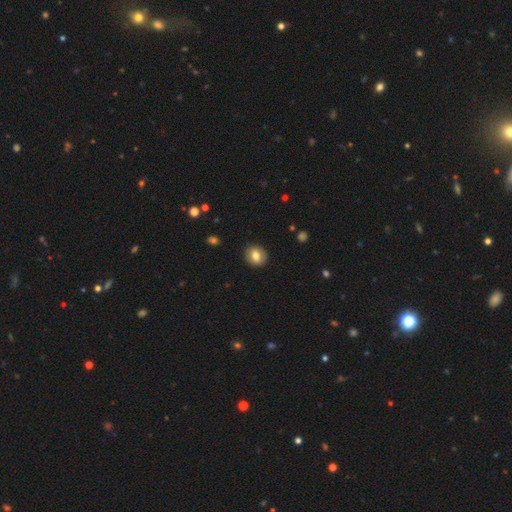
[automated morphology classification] A smooth galaxy with no disk features (78%) that is round (77%).

Vote fractions:
- Smooth or featured? smooth: 78% / featured or disk: 13% / star or artifact: 9%
- How rounded? round: 77% / in between: 22% / cigar-shaped: 1%
- Merging? none: 90% / minor disturbance: 7% / major disturbance: 2% / merger: 1%